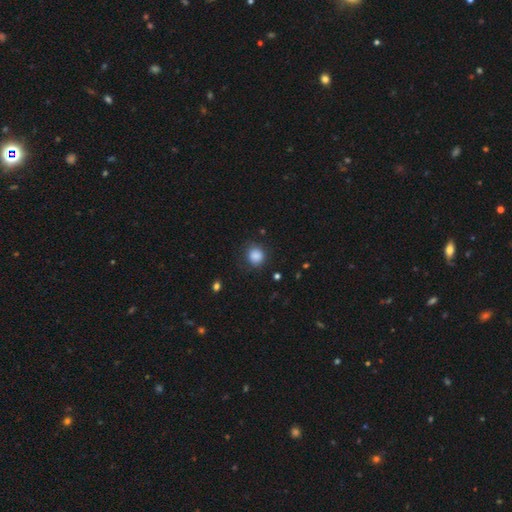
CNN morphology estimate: A smooth galaxy with no disk features (86%) that is round (84%). Merging: none (78%).